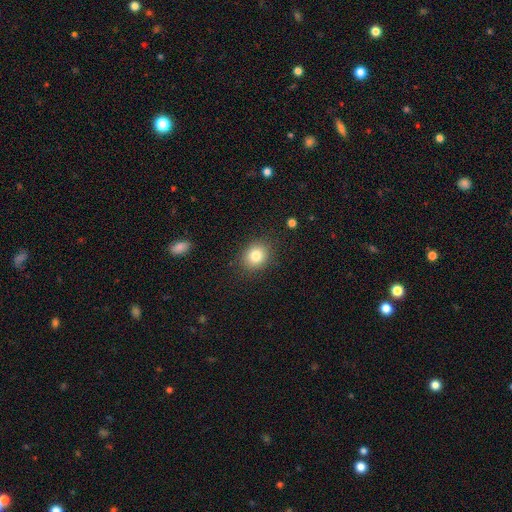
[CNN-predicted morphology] The model was most divided on "how rounded": round: 67%, in between: 32%, cigar-shaped: 1%. More confident: merging — none (88%); smooth or featured — smooth (82%).